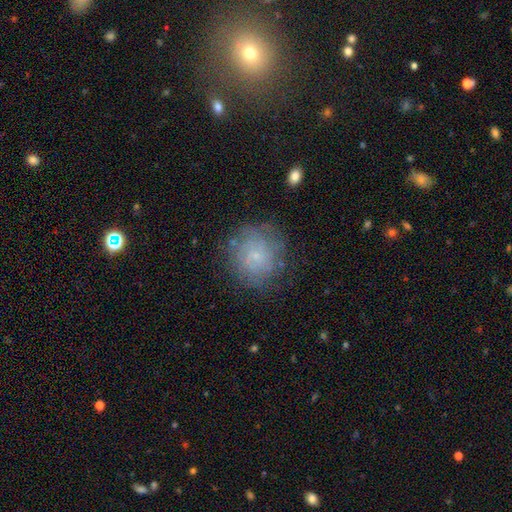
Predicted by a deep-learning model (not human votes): Overall: smooth (48%; featured or disk 37%). Merging: none (76%).